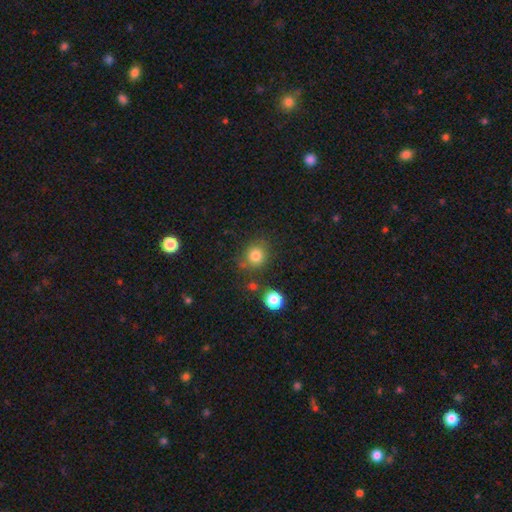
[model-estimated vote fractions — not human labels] Smooth or featured? Predicted: smooth (p=0.81). How rounded? Predicted: round (p=0.86). Merging? Predicted: none (p=0.74).